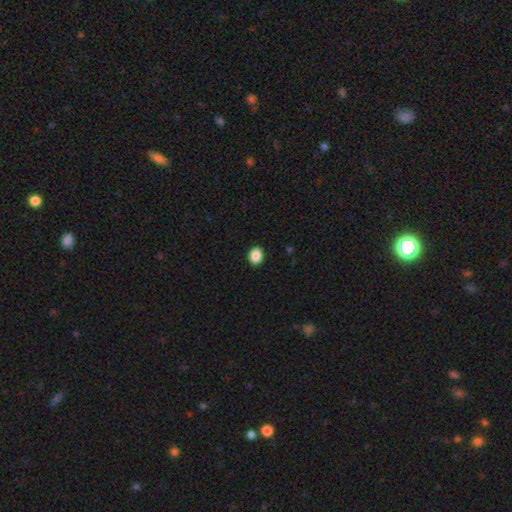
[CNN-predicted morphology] A smooth galaxy with no disk features (88%) that is in between round and cigar-shaped (56%).

Vote fractions:
- Smooth or featured? smooth: 88% / star or artifact: 9% / featured or disk: 3%
- How rounded? in between: 56% / round: 43% / cigar-shaped: 1%
- Merging? none: 91% / minor disturbance: 6% / major disturbance: 2% / merger: 1%